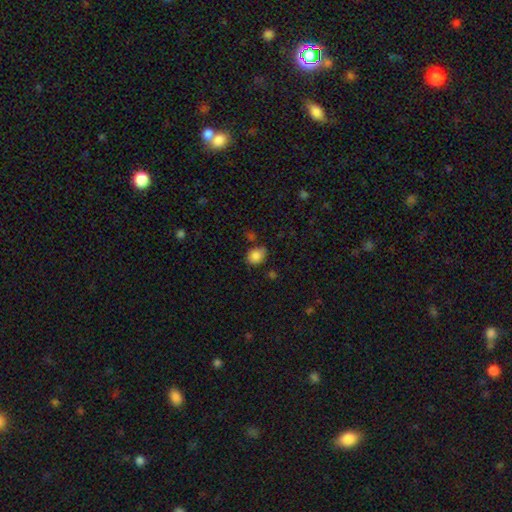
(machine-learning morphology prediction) smooth_or_featured: smooth (p=0.85) [alt: star or artifact p=0.09]
how_rounded: in between (p=0.52) [alt: round p=0.47]
merging: none (p=0.70) [alt: minor disturbance p=0.20]